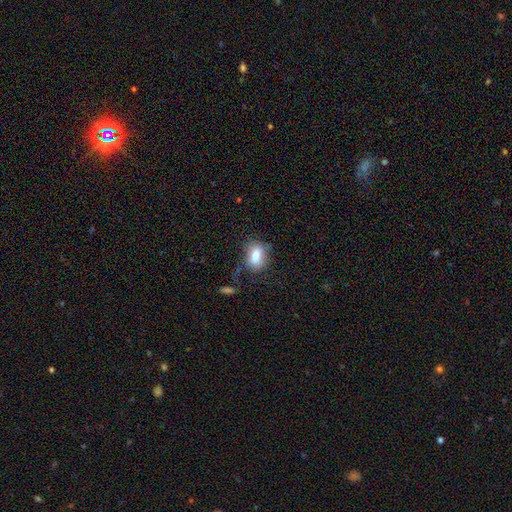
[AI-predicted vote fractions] smooth 78%, featured or disk 13%, star or artifact 9%. Down the decision tree: how rounded — in between (69%); merging — none (67%).